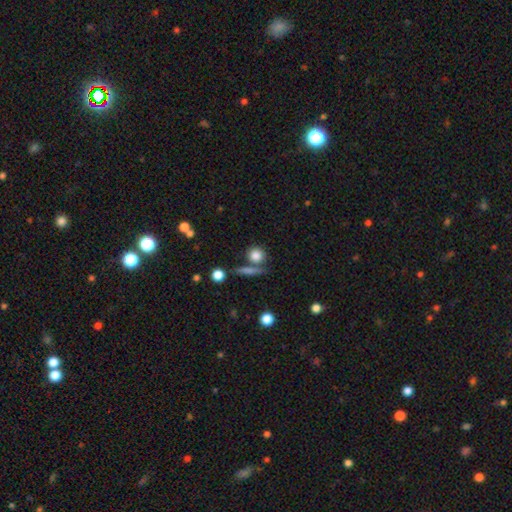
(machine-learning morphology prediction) Smooth or featured? smooth (82%)
How rounded? round (81%)
Merging? none (67%)